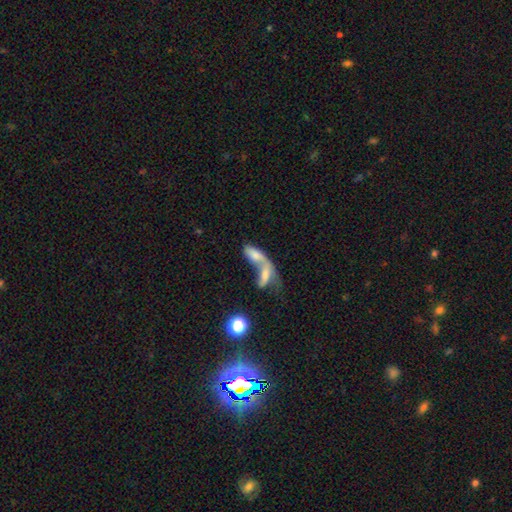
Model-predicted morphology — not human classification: Smooth or featured?
  - smooth: 55% *
  - featured or disk: 34%
  - star or artifact: 12%
How rounded?
  - in between: 65% *
  - cigar-shaped: 29%
  - round: 6%
Merging?
  - merger: 75% *
  - none: 12%
  - major disturbance: 8%
  - minor disturbance: 5%